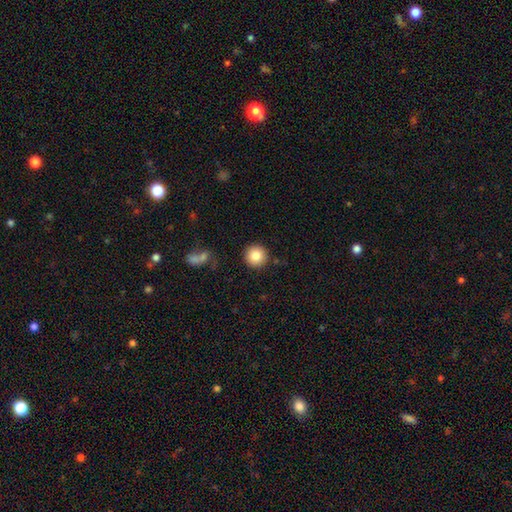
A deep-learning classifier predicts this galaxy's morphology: Overall: smooth (84%). How rounded: round (95%). Merging: none (90%).